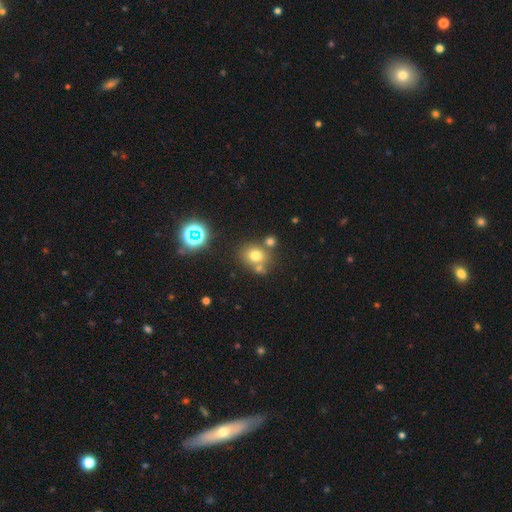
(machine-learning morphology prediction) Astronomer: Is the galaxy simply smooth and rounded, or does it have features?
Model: smooth — 70%.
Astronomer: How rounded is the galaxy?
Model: round — 69%.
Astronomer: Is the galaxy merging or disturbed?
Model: none — 59%.